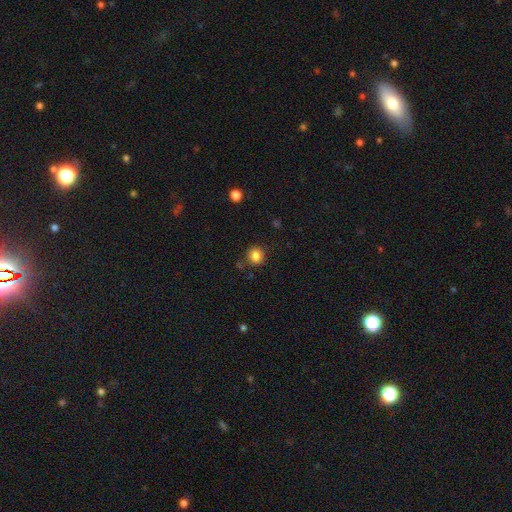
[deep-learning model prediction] A smooth galaxy with no disk features (84%) that is round (86%). Merging: none (84%).